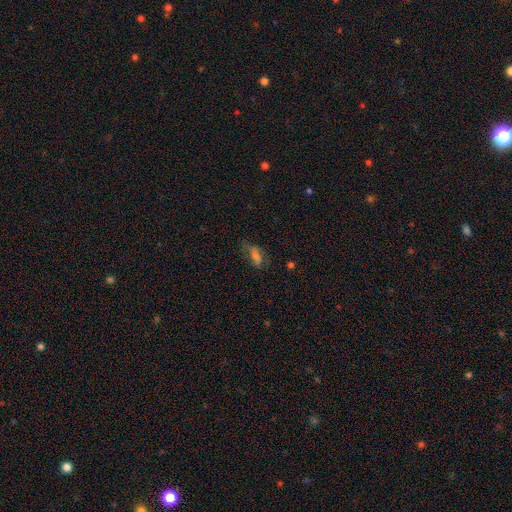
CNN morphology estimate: smooth-or-featured: smooth: 62% | featured or disk: 21% | star or artifact: 18%
  how-rounded: in between: 71% | cigar-shaped: 24% | round: 5%
  merging: none: 53% | minor disturbance: 27% | major disturbance: 17% | merger: 3%